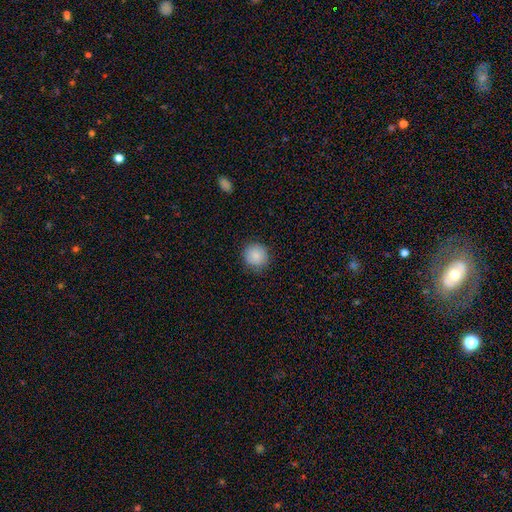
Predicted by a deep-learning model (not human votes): smooth_or_featured: smooth (p=0.87) [alt: star or artifact p=0.08]
how_rounded: round (p=0.92) [alt: in between p=0.07]
merging: none (p=0.88) [alt: minor disturbance p=0.09]